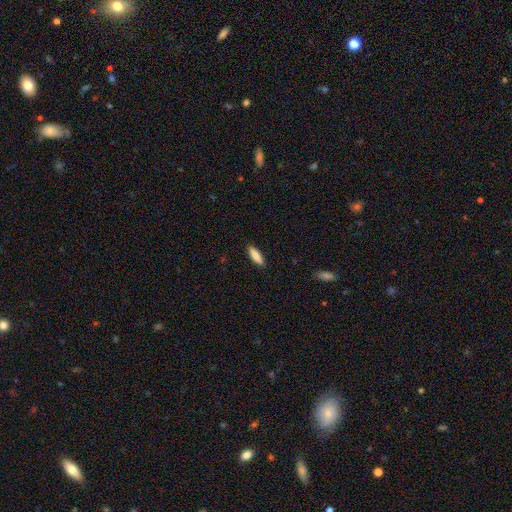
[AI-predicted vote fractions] A smooth galaxy with no disk features (85%) that is cigar-shaped (51%).

Vote fractions:
- Smooth or featured? smooth: 85% / featured or disk: 9% / star or artifact: 6%
- How rounded? cigar-shaped: 51% / in between: 48% / round: 2%
- Merging? none: 89% / minor disturbance: 9% / major disturbance: 2% / merger: 1%